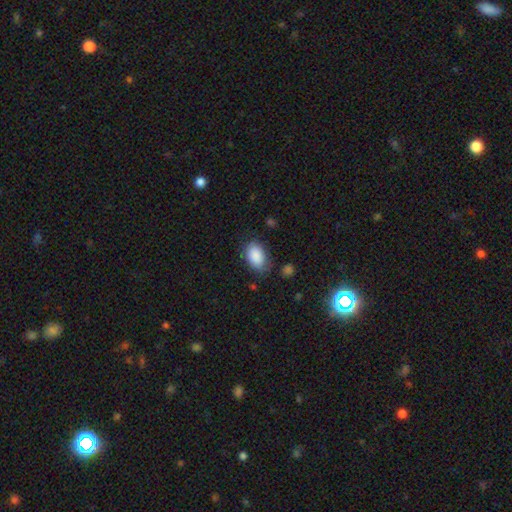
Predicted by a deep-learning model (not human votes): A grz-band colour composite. It shows a smooth galaxy with no disk features (86%) that is in between round and cigar-shaped (88%). Merging: none (67%).